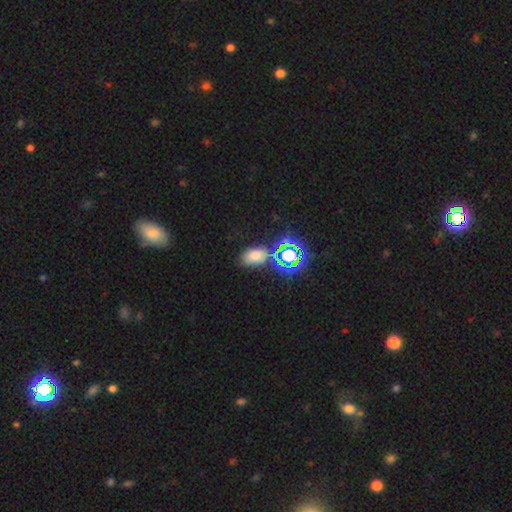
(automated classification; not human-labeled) Morphology: type=smooth (63%); roundness=in between (86%); merging=none (74%).